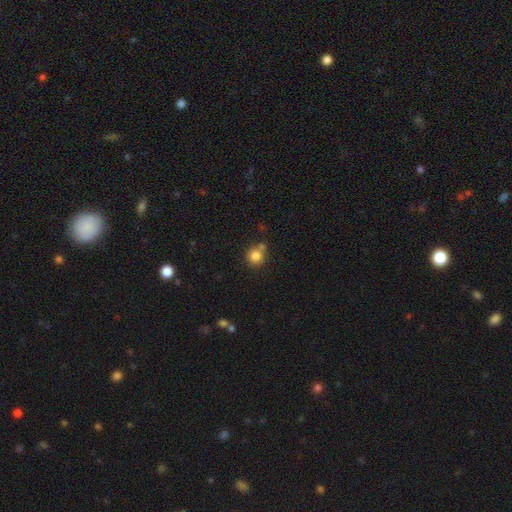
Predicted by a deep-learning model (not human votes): A smooth galaxy with no disk features (82%) that is round (91%).

Vote fractions:
- Smooth or featured? smooth: 82% / star or artifact: 11% / featured or disk: 6%
- How rounded? round: 91% / in between: 8% / cigar-shaped: 1%
- Merging? none: 66% / merger: 19% / minor disturbance: 12% / major disturbance: 4%